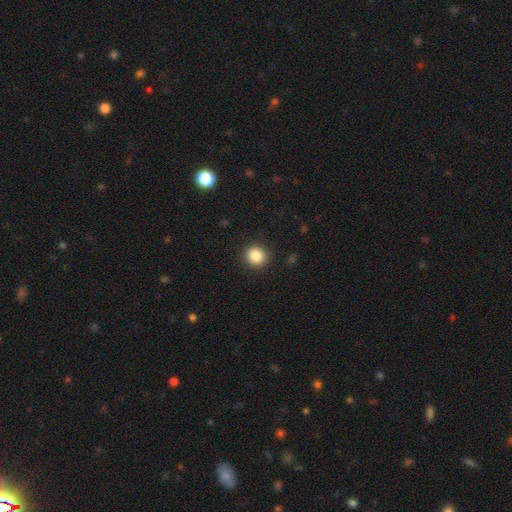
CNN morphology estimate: smooth_or_featured: smooth (p=0.86) [alt: star or artifact p=0.10]
how_rounded: round (p=0.90) [alt: in between p=0.09]
merging: none (p=0.92) [alt: minor disturbance p=0.05]